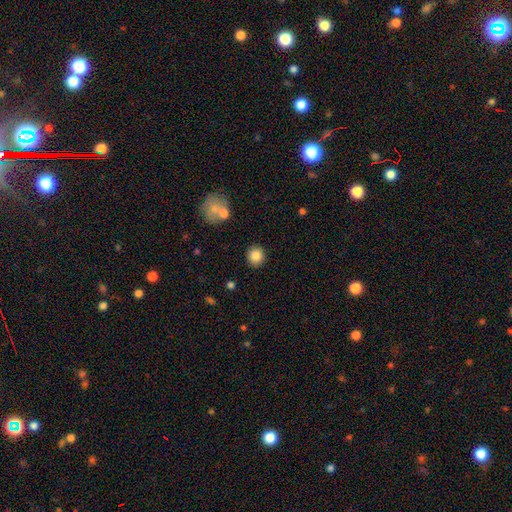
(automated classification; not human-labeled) smooth 85%, star or artifact 9%, featured or disk 6%. Down the decision tree: how rounded — round (90%); merging — none (90%).